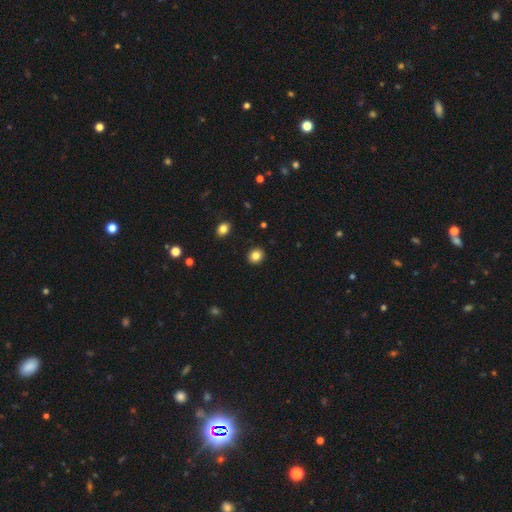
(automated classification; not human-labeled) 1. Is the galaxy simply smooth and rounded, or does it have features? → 84% smooth, 10% star or artifact, 6% featured or disk.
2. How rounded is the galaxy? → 76% round, 23% in between, 1% cigar-shaped.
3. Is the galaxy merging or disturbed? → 91% none, 6% minor disturbance, 2% major disturbance, 1% merger.